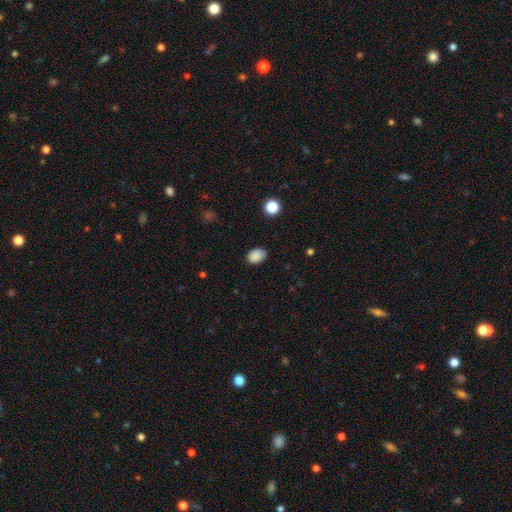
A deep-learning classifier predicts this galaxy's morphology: type=smooth (88%); roundness=in between (75%); merging=none (82%).